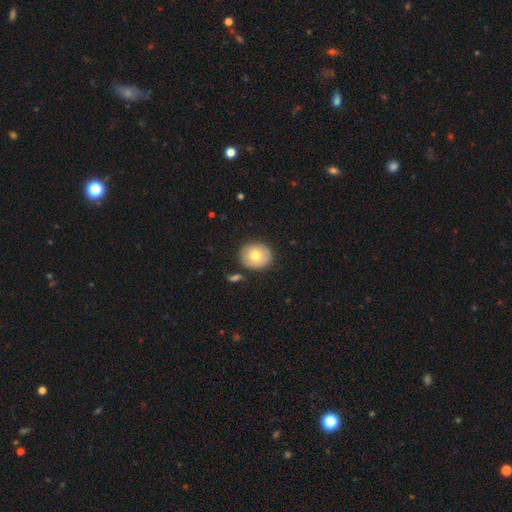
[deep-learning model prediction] Smooth or featured: smooth — 74% (featured or disk — 18%)
How rounded: round — 78% (in between — 21%)
Merging: none — 84% (minor disturbance — 9%)